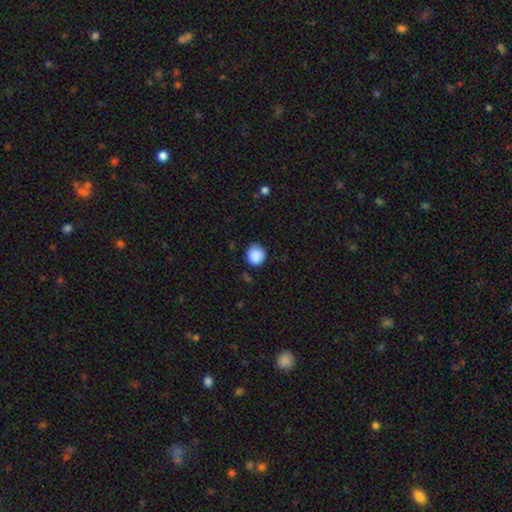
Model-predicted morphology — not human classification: Smooth or featured? Predicted: smooth (p=0.88). How rounded? Predicted: round (p=0.89). Merging? Predicted: none (p=0.77).